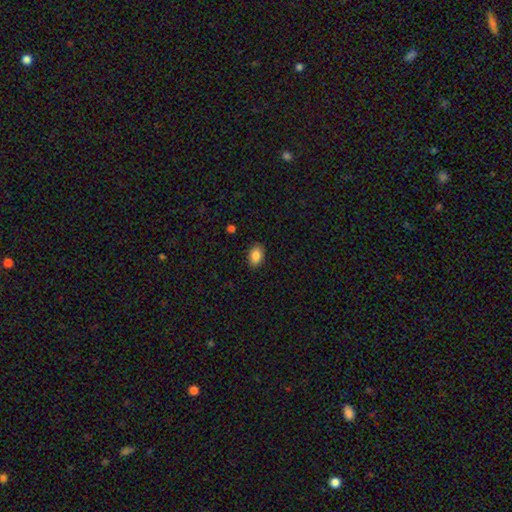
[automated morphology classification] Smooth or featured? Predicted: smooth (p=0.87). How rounded? Predicted: in between (p=0.85). Merging? Predicted: none (p=0.88).